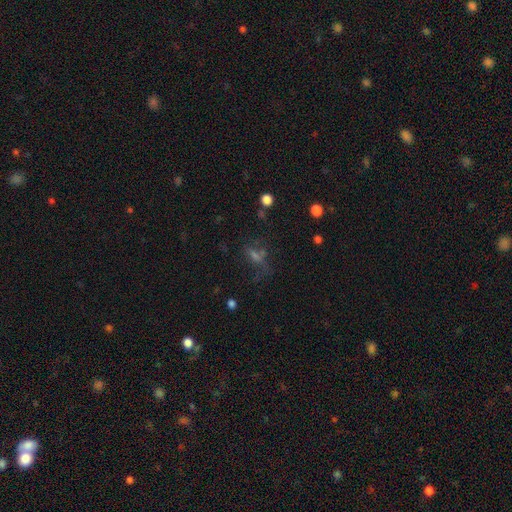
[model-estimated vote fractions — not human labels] Smooth or featured? Predicted: star or artifact (p=0.36, tied with smooth).